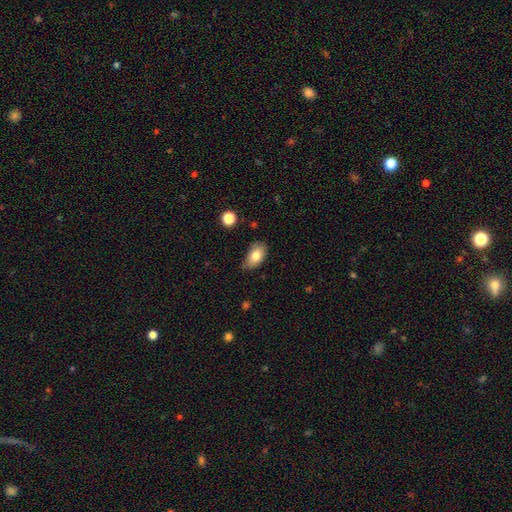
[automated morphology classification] smooth-or-featured: smooth: 79% | featured or disk: 13% | star or artifact: 8%
  how-rounded: in between: 92% | round: 6% | cigar-shaped: 2%
  merging: none: 70% | minor disturbance: 24% | major disturbance: 4% | merger: 2%